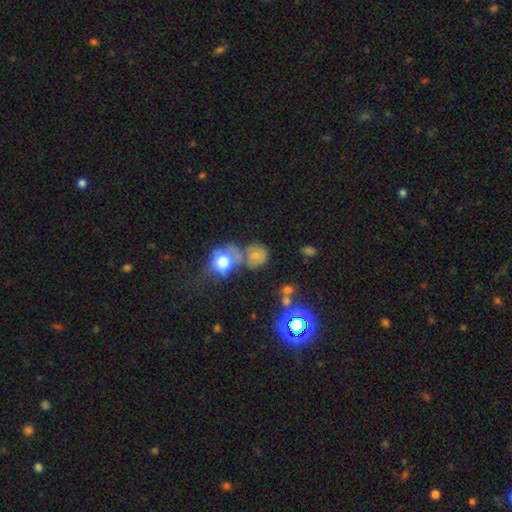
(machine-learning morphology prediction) smooth_or_featured: smooth (p=0.60) [alt: featured or disk p=0.22]
how_rounded: round (p=0.75) [alt: in between p=0.24]
merging: merger (p=0.39) [tied with: none p=0.39]